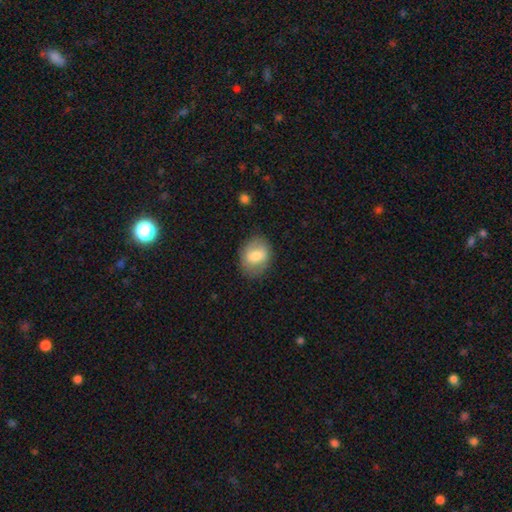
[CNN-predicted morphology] smooth 72%, featured or disk 21%, star or artifact 7%. Down the decision tree: how rounded — in between (65%); merging — none (79%).